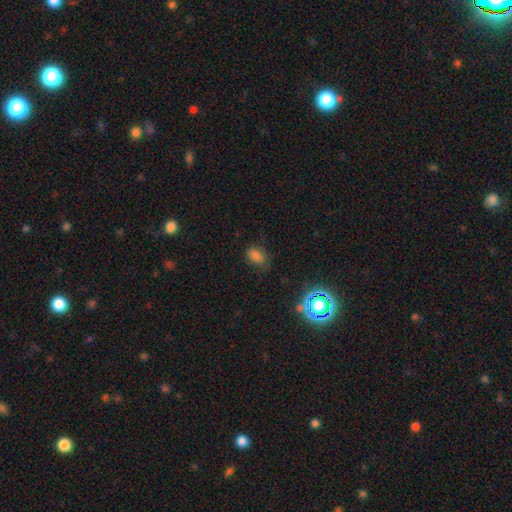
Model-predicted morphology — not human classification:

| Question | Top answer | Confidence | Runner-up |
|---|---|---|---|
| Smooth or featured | smooth | 76% | star or artifact (18%) |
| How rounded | in between | 82% | round (17%) |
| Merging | none | 72% | minor disturbance (20%) |